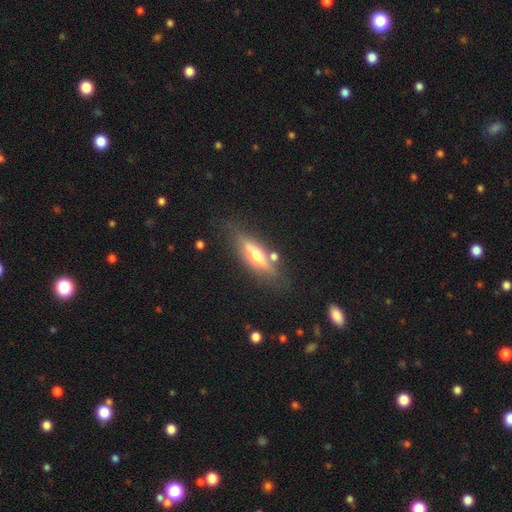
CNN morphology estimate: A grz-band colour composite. It shows a featured or disk galaxy (60%) viewed edge-on (90%) with a rounded central bulge (90%). Merging: none (74%).